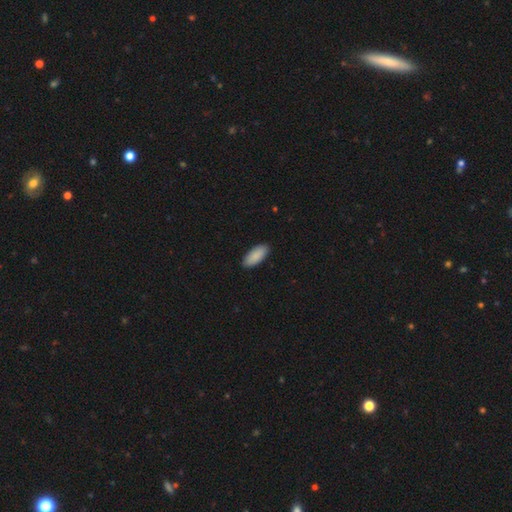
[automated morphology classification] Smooth or featured? smooth (90%)
How rounded? in between (86%)
Merging? none (90%)